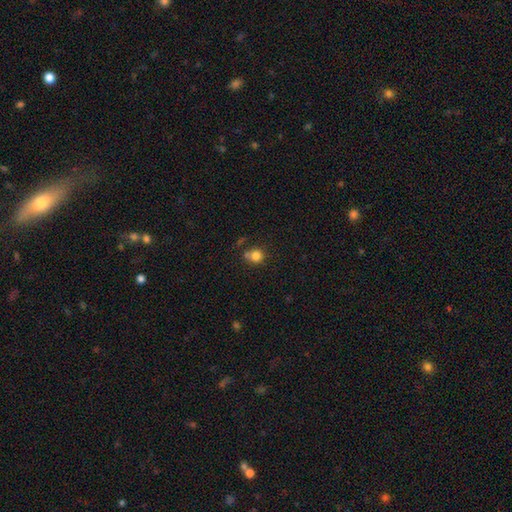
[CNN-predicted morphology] Smooth or featured? smooth (81%)
How rounded? round (86%)
Merging? none (60%)